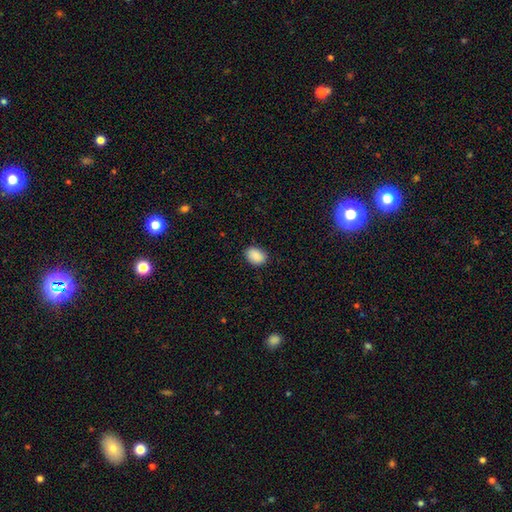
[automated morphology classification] This appears to be a smooth galaxy with no disk features (89%) that is in between round and cigar-shaped (74%). Merging: none (86%).